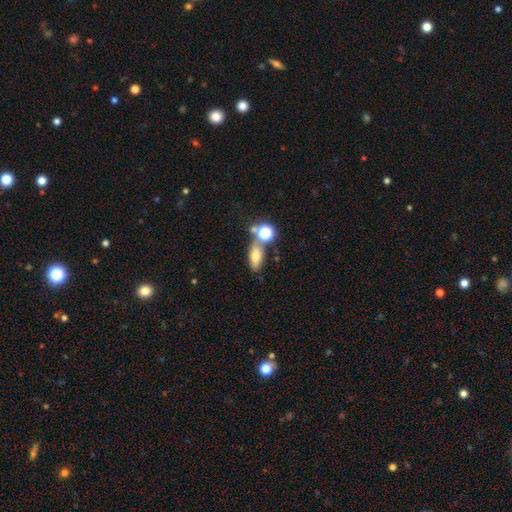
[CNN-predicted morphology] type=smooth (70%); roundness=in between (68%); merging=none (58%).